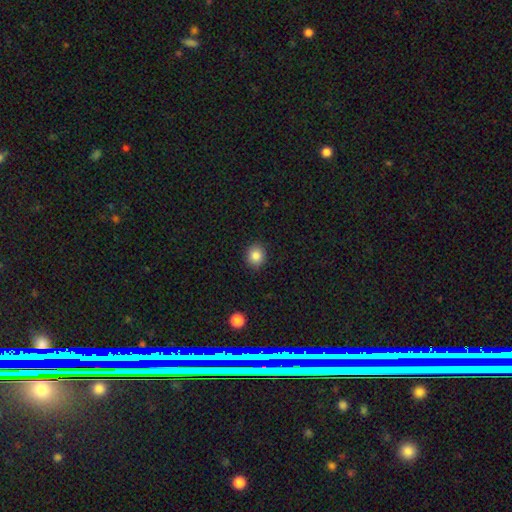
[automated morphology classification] Overall: smooth (85%). How rounded: round (80%). Merging: none (90%).